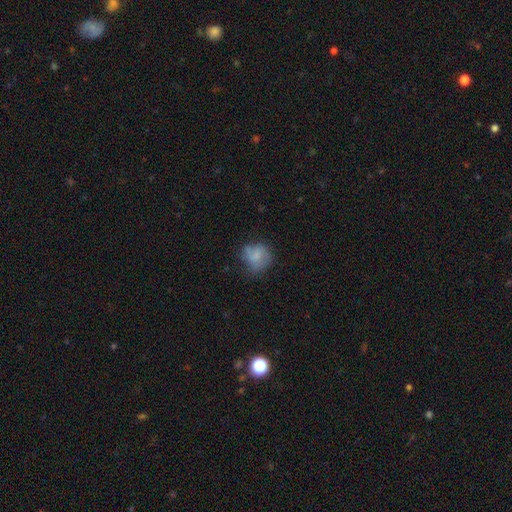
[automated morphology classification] Smooth or featured? Predicted: smooth (p=0.67). How rounded? Predicted: round (p=0.69). Merging? Predicted: none (p=0.48).